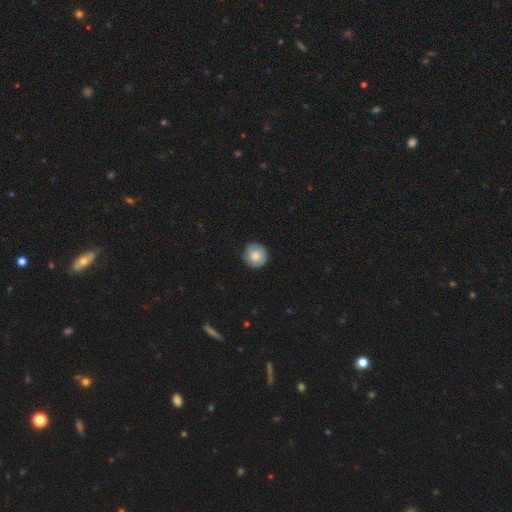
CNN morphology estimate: Smooth or featured? Predicted: smooth (p=0.67). How rounded? Predicted: round (p=0.92). Merging? Predicted: none (p=0.82).